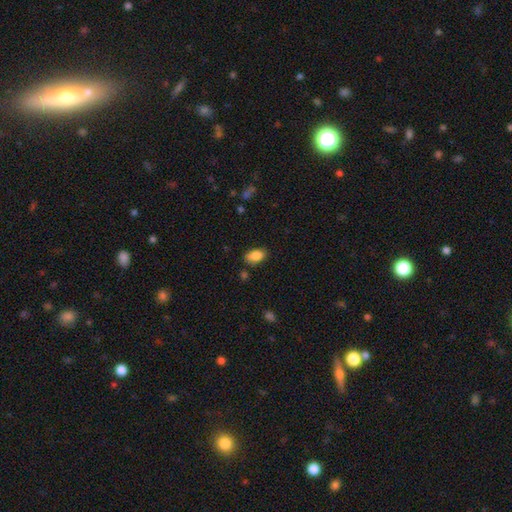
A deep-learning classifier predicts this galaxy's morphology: A smooth galaxy with no disk features (86%) that is in between round and cigar-shaped (91%). Merging: none (78%).